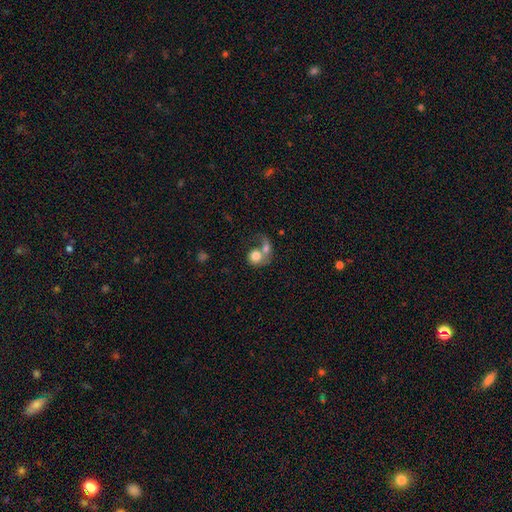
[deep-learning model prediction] Smooth or featured? smooth (68%)
How rounded? round (72%)
Merging? merger (65%)